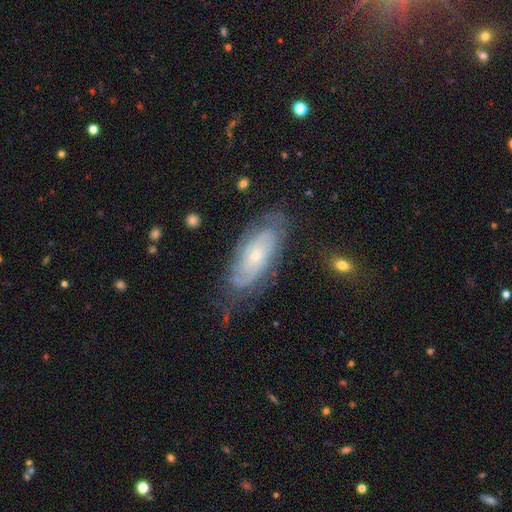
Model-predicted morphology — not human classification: Q: Smooth or featured?
A: featured or disk (77%); runner-up: smooth (17%)
Q: Edge-on disk?
A: no (91%); runner-up: yes (9%)
Q: Bar?
A: no (74%); runner-up: weak (21%)
Q: Spiral arms?
A: yes (91%); runner-up: no (9%)
Q: Spiral winding?
A: tight (65%); runner-up: medium (27%)
Q: Spiral arm count?
A: can't tell (45%); runner-up: 2 (30%)
Q: Bulge size?
A: small (70%); runner-up: moderate (26%)
Q: Merging?
A: none (69%); runner-up: minor disturbance (21%)